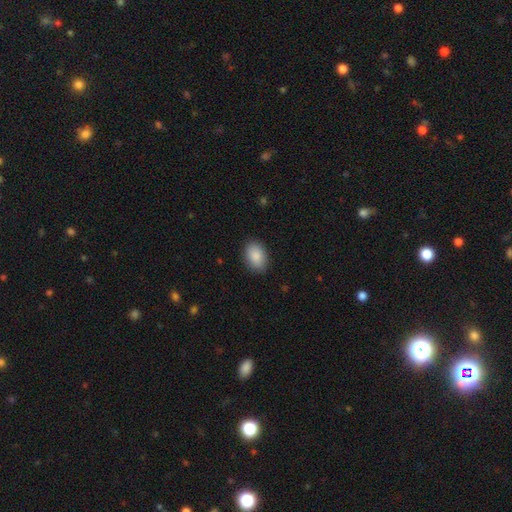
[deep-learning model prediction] Smooth or featured? Predicted: smooth (p=0.89). How rounded? Predicted: in between (p=0.84). Merging? Predicted: none (p=0.87).